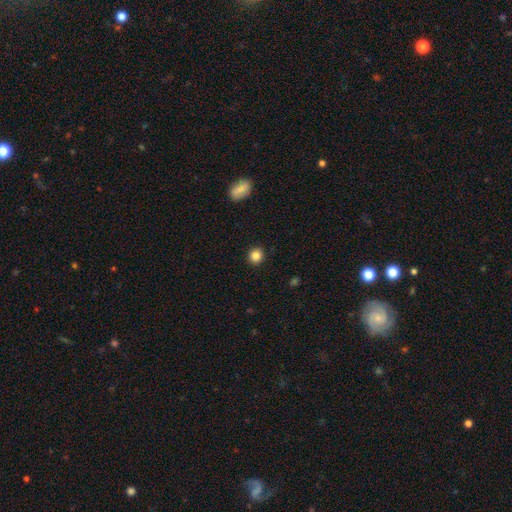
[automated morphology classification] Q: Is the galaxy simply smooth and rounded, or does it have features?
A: smooth — 85%.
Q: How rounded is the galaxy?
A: round — 86%.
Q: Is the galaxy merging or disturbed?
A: none — 92%.